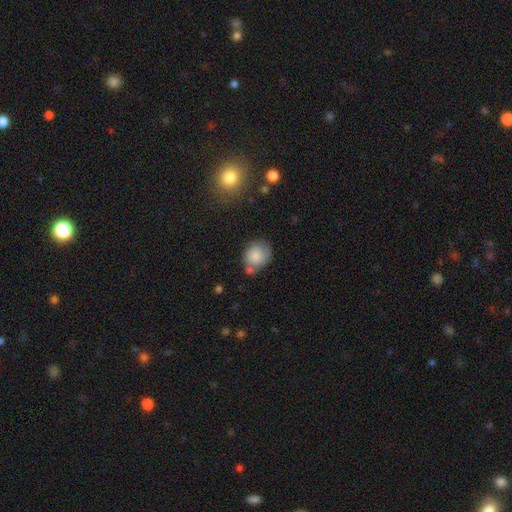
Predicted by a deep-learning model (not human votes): Morphology: type=smooth (79%); roundness=round (59%); merging=none (53%).